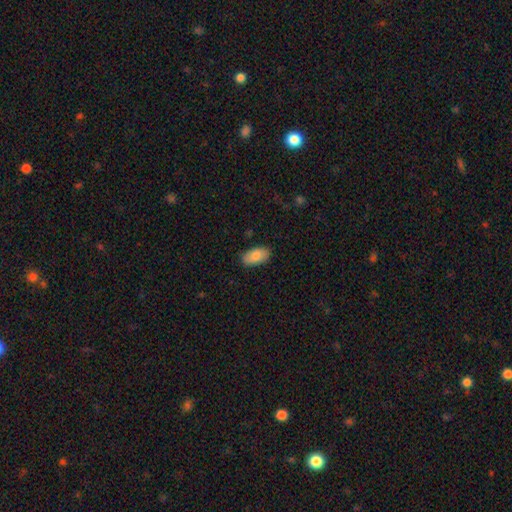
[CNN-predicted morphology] smooth 84%, featured or disk 10%, star or artifact 6%. Down the decision tree: how rounded — in between (94%); merging — none (86%).